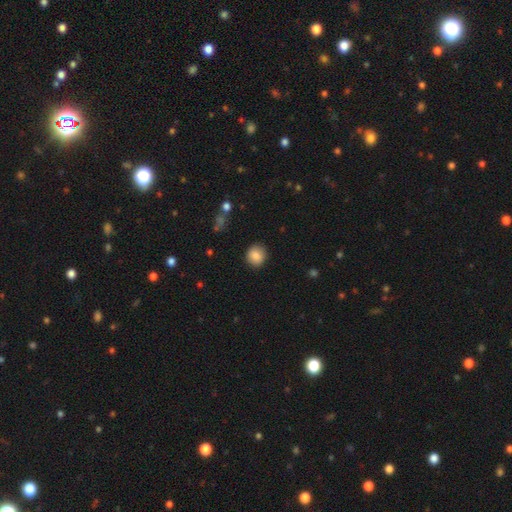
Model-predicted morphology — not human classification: Q: Smooth or featured?
A: smooth (86%); runner-up: star or artifact (9%)
Q: How rounded?
A: round (87%); runner-up: in between (12%)
Q: Merging?
A: none (90%); runner-up: minor disturbance (7%)